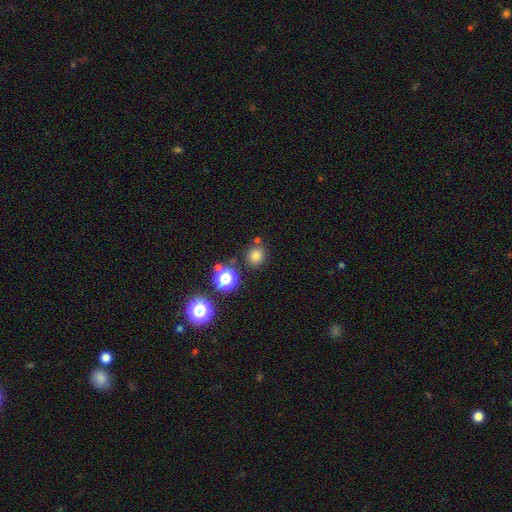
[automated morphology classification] smooth_or_featured: smooth (p=0.75) [alt: star or artifact p=0.19]
how_rounded: round (p=0.86) [alt: in between p=0.13]
merging: none (p=0.79) [alt: minor disturbance p=0.10]